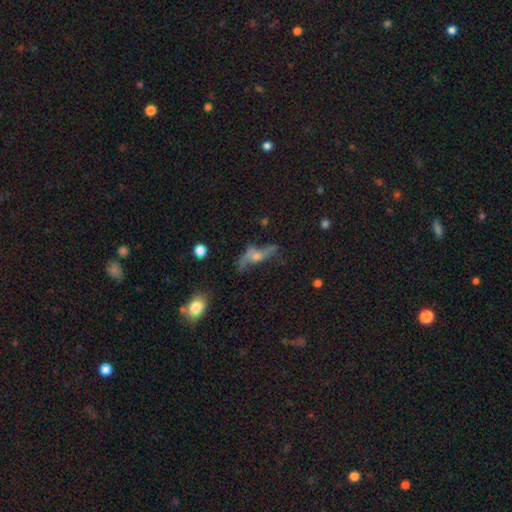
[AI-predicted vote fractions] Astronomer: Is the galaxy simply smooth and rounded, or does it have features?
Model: featured or disk — 61%.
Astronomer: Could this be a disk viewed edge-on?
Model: no — 62% (runner-up: yes, 38%).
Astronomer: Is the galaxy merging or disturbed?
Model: none — 46% (runner-up: major disturbance, 25%).